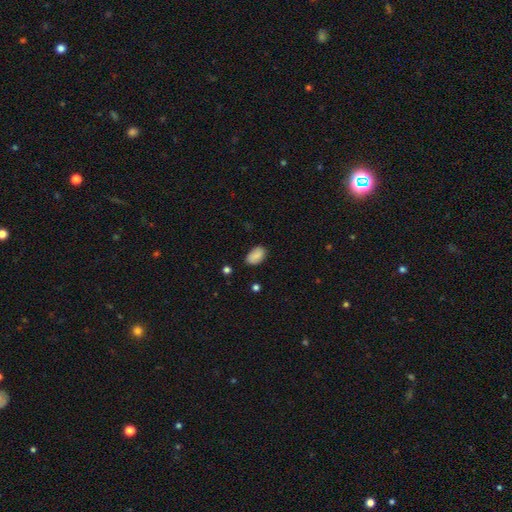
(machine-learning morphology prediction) A smooth galaxy with no disk features (87%) that is in between round and cigar-shaped (91%).

Vote fractions:
- Smooth or featured? smooth: 87% / star or artifact: 8% / featured or disk: 6%
- How rounded? in between: 91% / round: 7% / cigar-shaped: 1%
- Merging? none: 81% / minor disturbance: 15% / major disturbance: 3% / merger: 2%